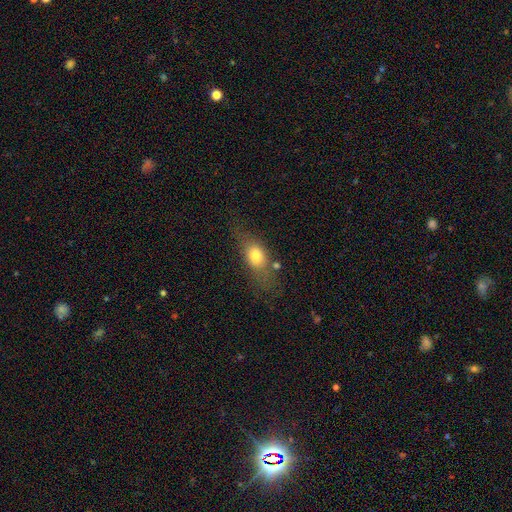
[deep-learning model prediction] Smooth or featured? smooth (68%)
How rounded? in between (64%)
Merging? none (56%)